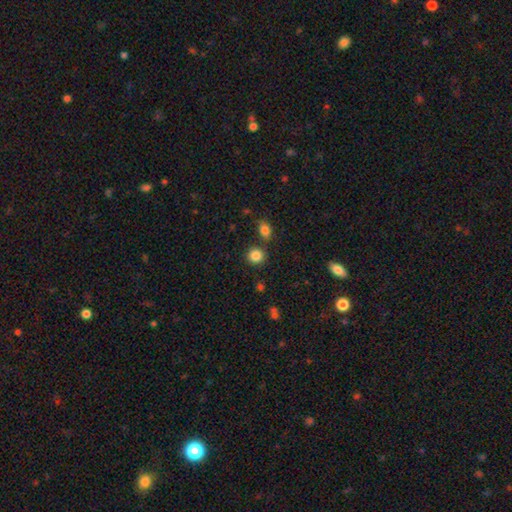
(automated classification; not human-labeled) Smooth or featured? smooth (85%)
How rounded? round (85%)
Merging? none (78%)